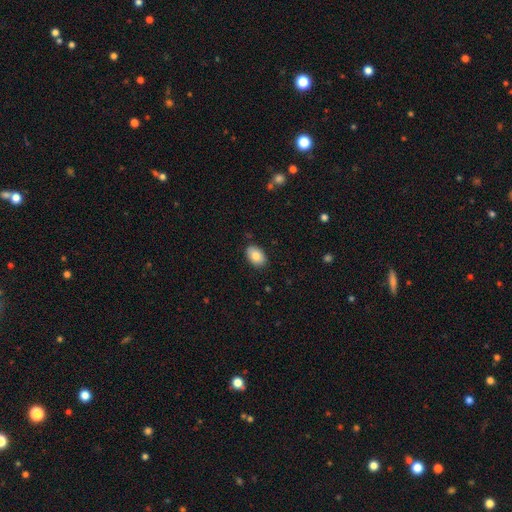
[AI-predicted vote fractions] smooth_or_featured: smooth (p=0.84) [alt: featured or disk p=0.09]
how_rounded: in between (p=0.89) [alt: round p=0.10]
merging: none (p=0.86) [alt: minor disturbance p=0.11]